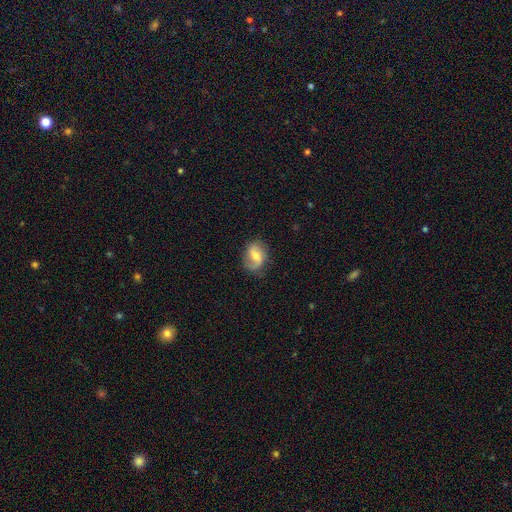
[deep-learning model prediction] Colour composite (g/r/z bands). It shows a featured or disk galaxy (58%) with a weak bar (49%), spiral arms (87%) and a moderate central bulge (56%). Merging: none (69%).